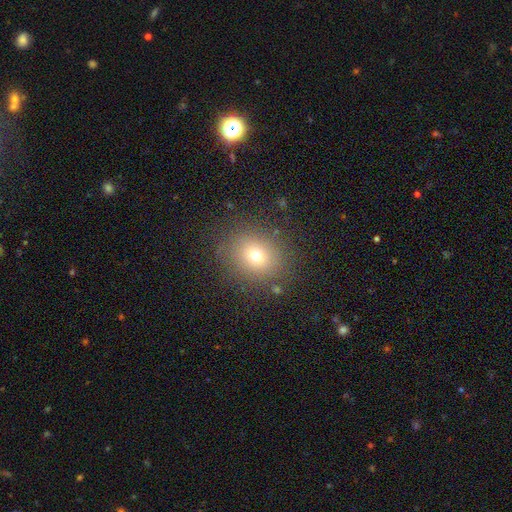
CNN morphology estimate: Smooth or featured?
  - smooth: 71% *
  - star or artifact: 17%
  - featured or disk: 13%
How rounded?
  - round: 65% *
  - in between: 35%
  - cigar-shaped: 1%
Merging?
  - none: 84% *
  - minor disturbance: 10%
  - major disturbance: 5%
  - merger: 2%